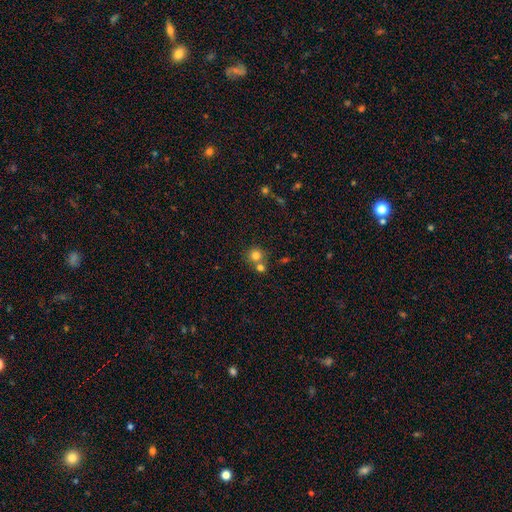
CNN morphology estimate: smooth_or_featured: smooth (p=0.78) [alt: star or artifact p=0.12]
how_rounded: round (p=0.90) [alt: in between p=0.09]
merging: none (p=0.54) [alt: merger p=0.36]